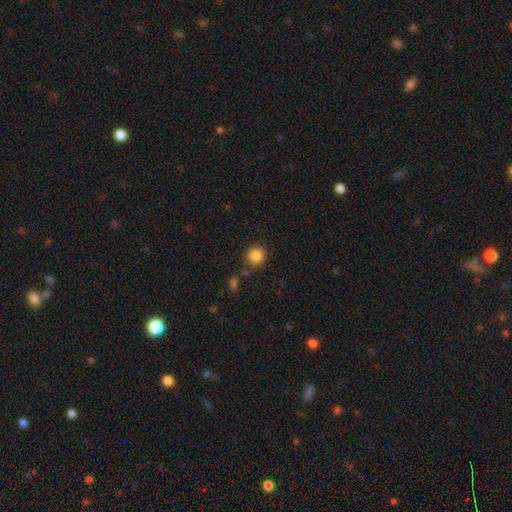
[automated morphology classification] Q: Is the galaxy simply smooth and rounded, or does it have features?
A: smooth — 86%.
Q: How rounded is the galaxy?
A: round — 92%.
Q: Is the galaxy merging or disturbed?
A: none — 85%.